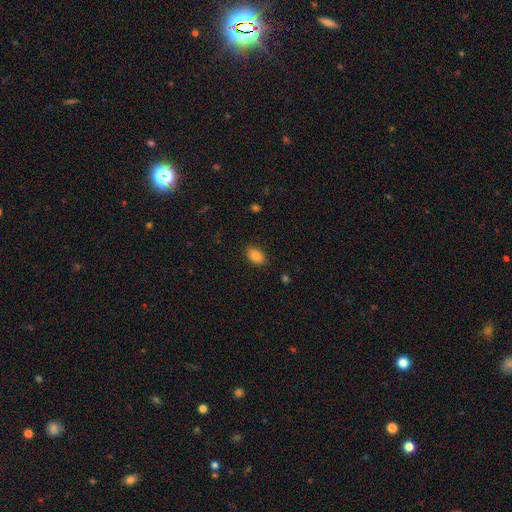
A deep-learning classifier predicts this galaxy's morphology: Smooth or featured? Predicted: smooth (p=0.85). How rounded? Predicted: in between (p=0.89). Merging? Predicted: none (p=0.85).